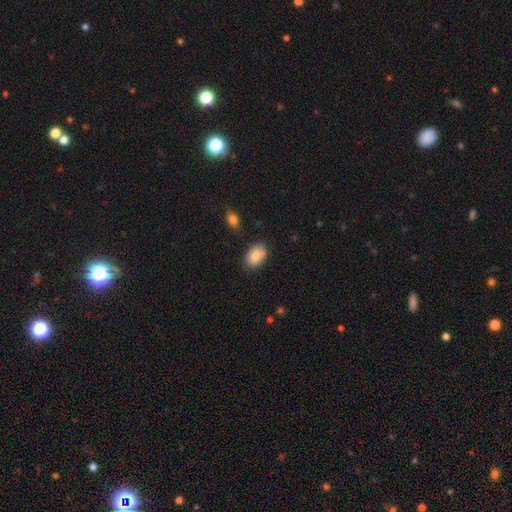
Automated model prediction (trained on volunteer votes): Overall: smooth (81%). How rounded: in between (76%). Merging: none (69%).